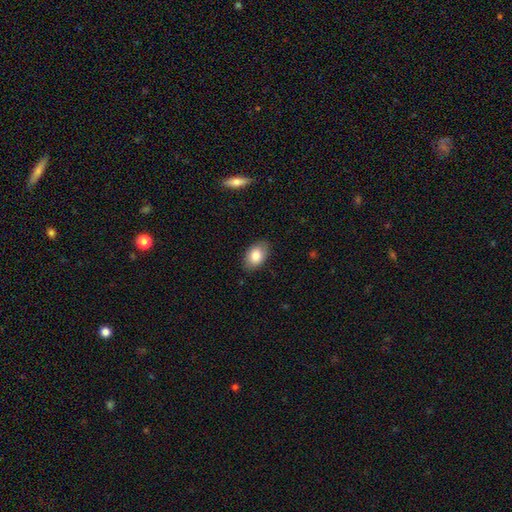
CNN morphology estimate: smooth 84%, featured or disk 9%, star or artifact 7%. Down the decision tree: how rounded — in between (86%); merging — none (85%).